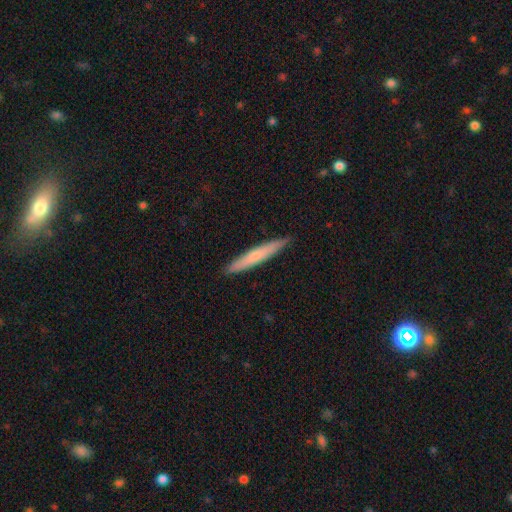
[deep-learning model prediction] Q: Smooth or featured?
A: smooth (65%); runner-up: featured or disk (30%)
Q: How rounded?
A: cigar-shaped (96%); runner-up: in between (3%)
Q: Merging?
A: none (91%); runner-up: minor disturbance (7%)